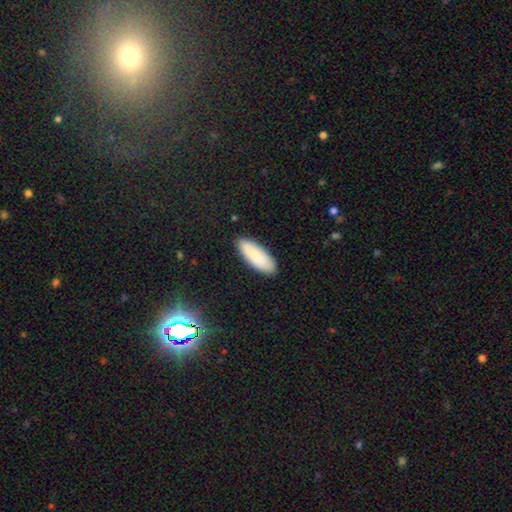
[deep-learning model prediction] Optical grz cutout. It shows a smooth galaxy with no disk features (82%) that is in between round and cigar-shaped (73%). Merging: none (87%).